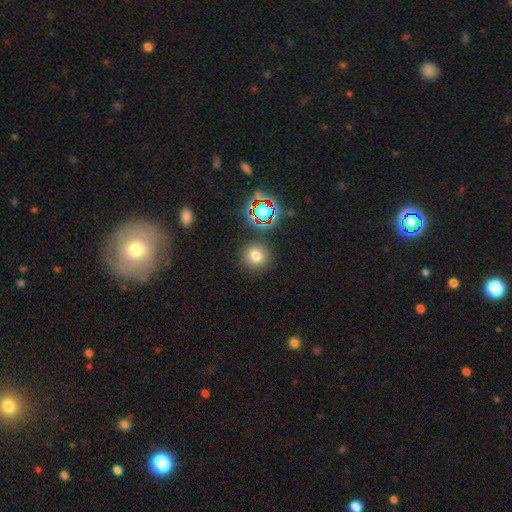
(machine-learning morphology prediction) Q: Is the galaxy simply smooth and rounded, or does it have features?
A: smooth — 73%.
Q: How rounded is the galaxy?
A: round — 93%.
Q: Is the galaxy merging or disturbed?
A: none — 87%.